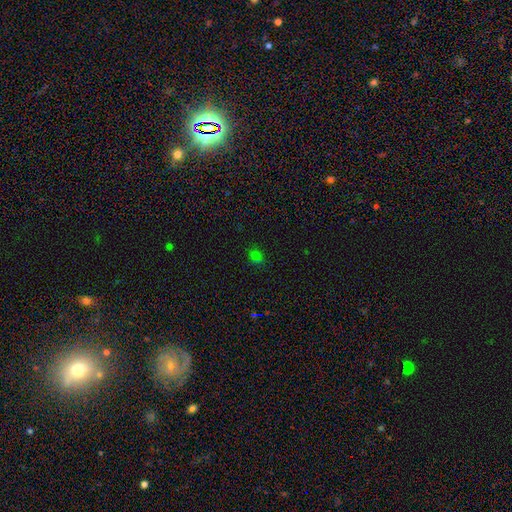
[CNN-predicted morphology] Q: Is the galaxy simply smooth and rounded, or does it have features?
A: smooth — 65%.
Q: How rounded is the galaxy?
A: in between — 51%.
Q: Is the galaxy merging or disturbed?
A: none — 76%.